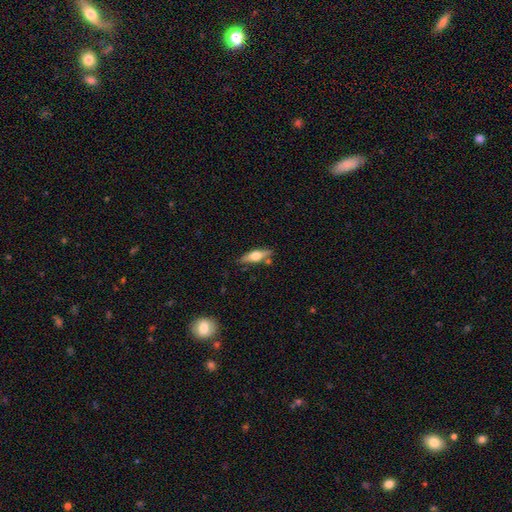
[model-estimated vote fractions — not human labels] Smooth or featured? featured or disk (52%)
Edge-on disk? yes (92%)
Merging? none (78%)